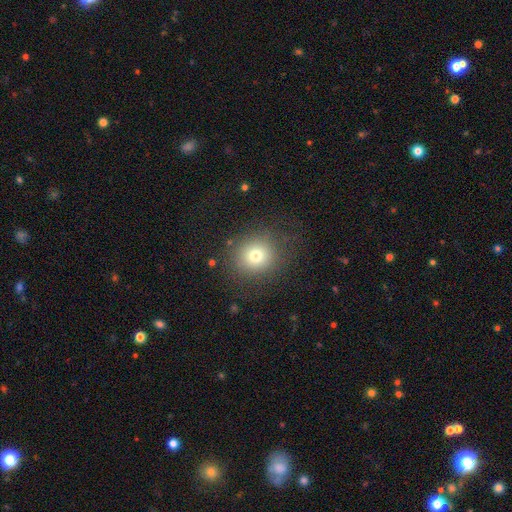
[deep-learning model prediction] smooth-or-featured: smooth: 74% | star or artifact: 15% | featured or disk: 11%
  how-rounded: round: 89% | in between: 10% | cigar-shaped: 1%
  merging: none: 83% | minor disturbance: 10% | major disturbance: 6% | merger: 1%